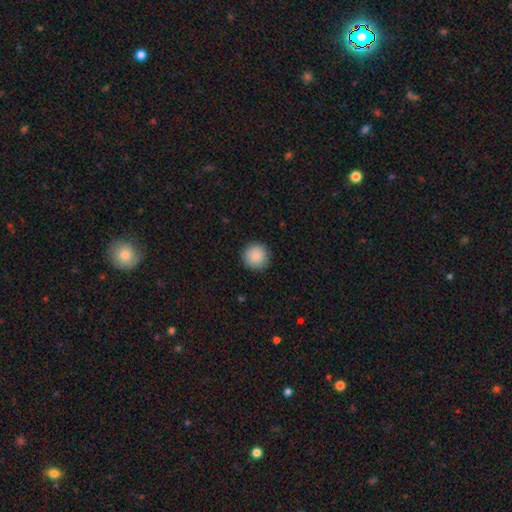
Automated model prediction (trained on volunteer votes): smooth 89%, star or artifact 8%, featured or disk 4%. Down the decision tree: how rounded — round (95%); merging — none (91%).